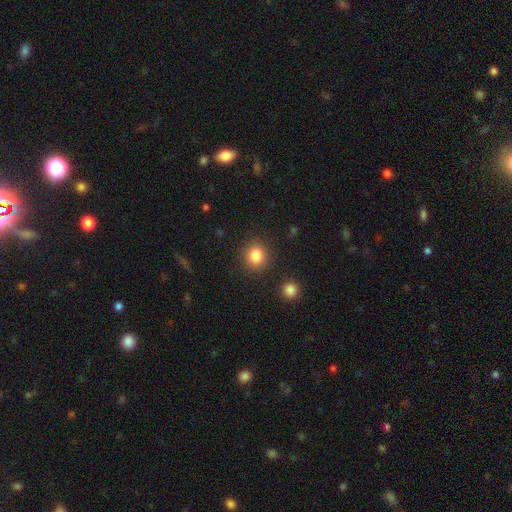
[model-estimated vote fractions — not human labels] Smooth or featured? smooth (84%)
How rounded? round (85%)
Merging? none (88%)